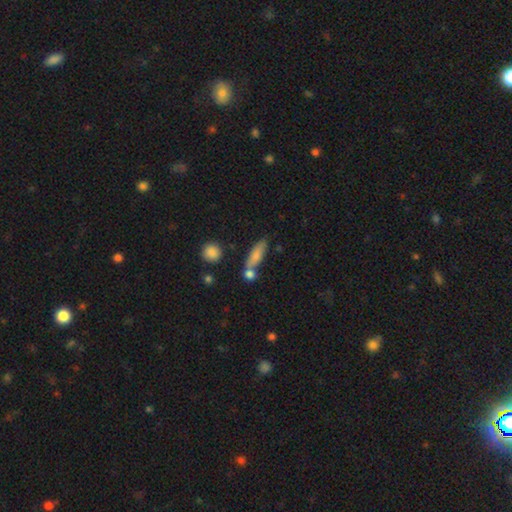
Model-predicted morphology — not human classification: type=smooth (76%); roundness=cigar-shaped (58%); merging=none (57%).